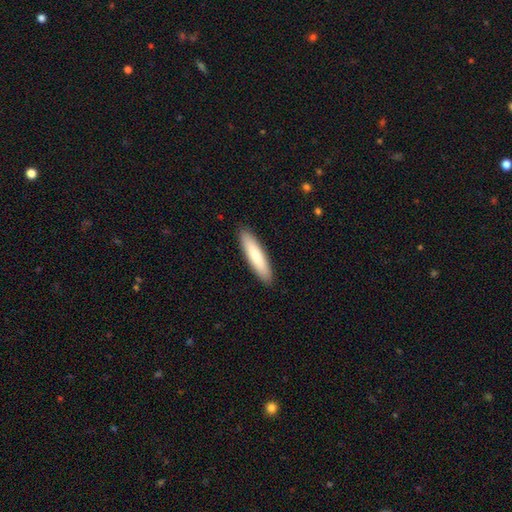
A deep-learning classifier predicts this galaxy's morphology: smooth-or-featured: smooth: 81% | featured or disk: 14% | star or artifact: 5%
  how-rounded: cigar-shaped: 80% | in between: 19% | round: 1%
  merging: none: 91% | minor disturbance: 7% | major disturbance: 1% | merger: 1%